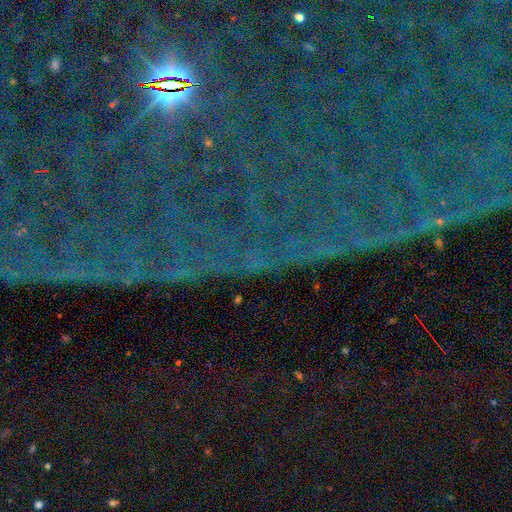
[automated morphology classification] smooth-or-featured: star or artifact: 86% | featured or disk: 8% | smooth: 6%